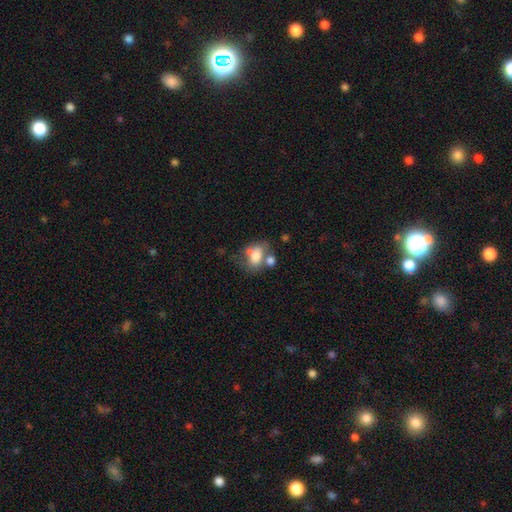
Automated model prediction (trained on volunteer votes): Smooth or featured: smooth — 69% (featured or disk — 21%)
How rounded: in between — 75% (round — 23%)
Merging: merger — 36% (none — 31%)